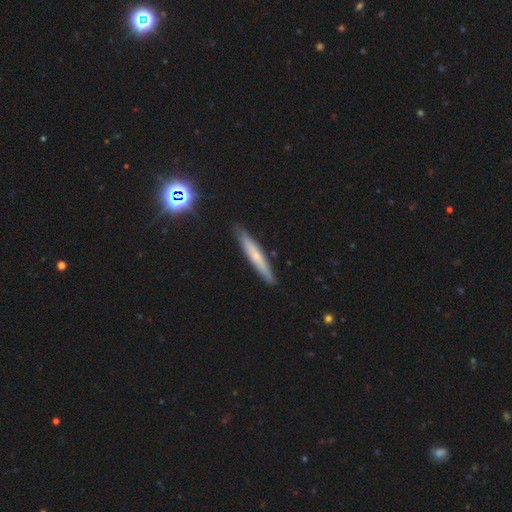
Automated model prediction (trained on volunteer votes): This appears to be a smooth galaxy with no disk features (53%) that is cigar-shaped (95%). Merging: none (88%).